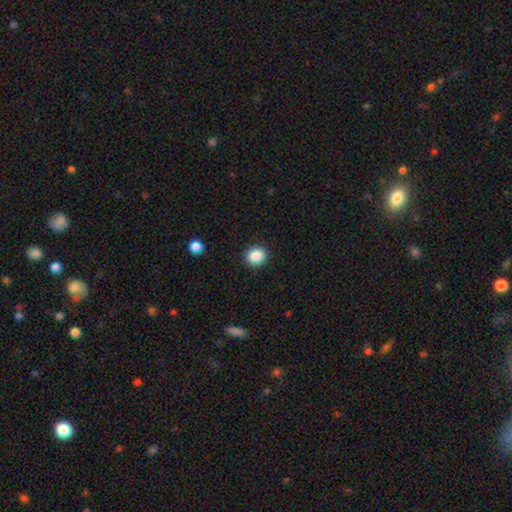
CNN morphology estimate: type=smooth (88%); roundness=round (78%); merging=none (90%).